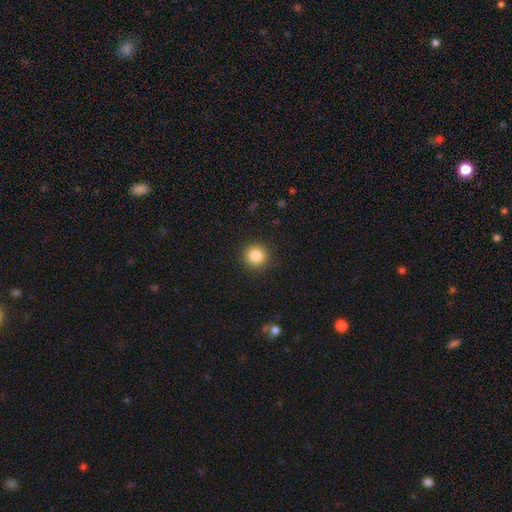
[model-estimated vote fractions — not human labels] A smooth galaxy with no disk features (86%) that is round (93%).

Vote fractions:
- Smooth or featured? smooth: 86% / star or artifact: 10% / featured or disk: 4%
- How rounded? round: 93% / in between: 6% / cigar-shaped: 1%
- Merging? none: 91% / minor disturbance: 6% / major disturbance: 2% / merger: 1%